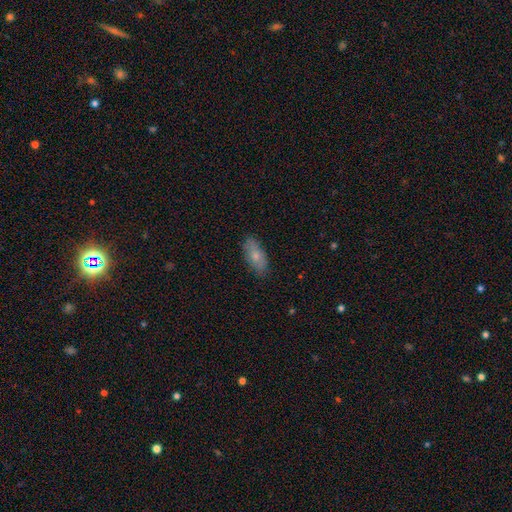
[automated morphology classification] Smooth or featured?
  - smooth: 72% *
  - featured or disk: 20%
  - star or artifact: 7%
How rounded?
  - in between: 85% *
  - cigar-shaped: 12%
  - round: 3%
Merging?
  - none: 83% *
  - minor disturbance: 14%
  - major disturbance: 3%
  - merger: 1%